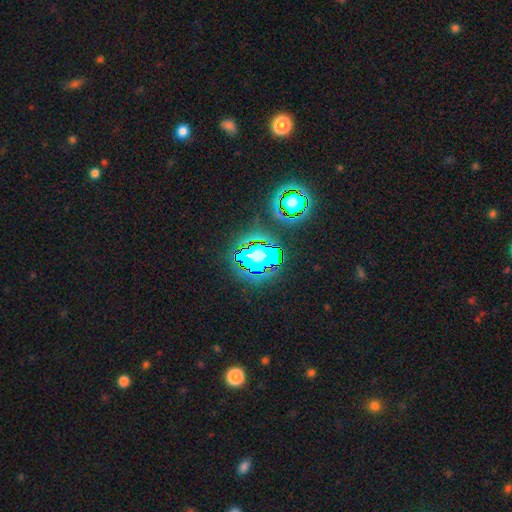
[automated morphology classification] smooth_or_featured: star or artifact (p=0.71) [alt: smooth p=0.16]